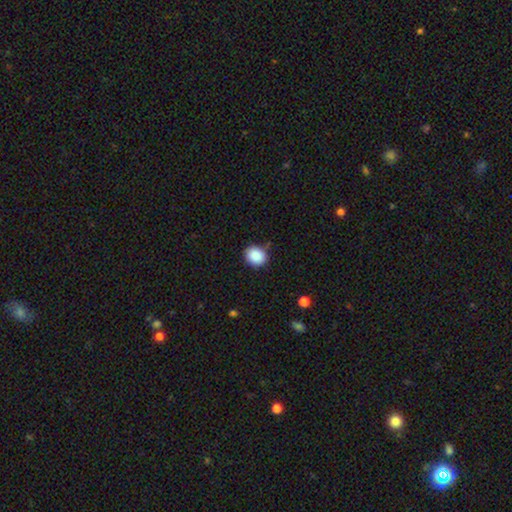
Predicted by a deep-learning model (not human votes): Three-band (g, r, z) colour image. It shows a smooth galaxy with no disk features (89%) that is round (62%). Merging: none (84%).